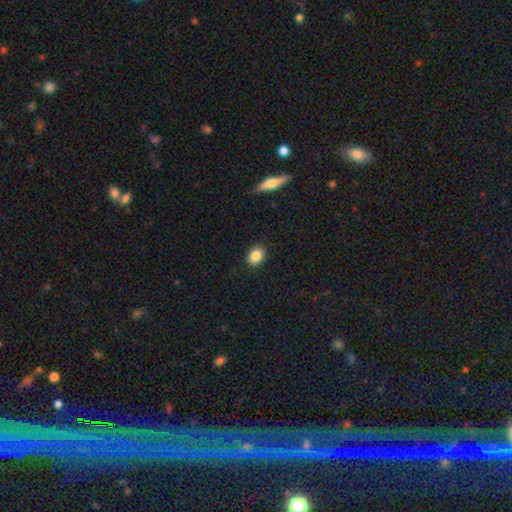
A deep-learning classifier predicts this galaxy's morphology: type=smooth (86%); roundness=in between (51%); merging=none (89%).